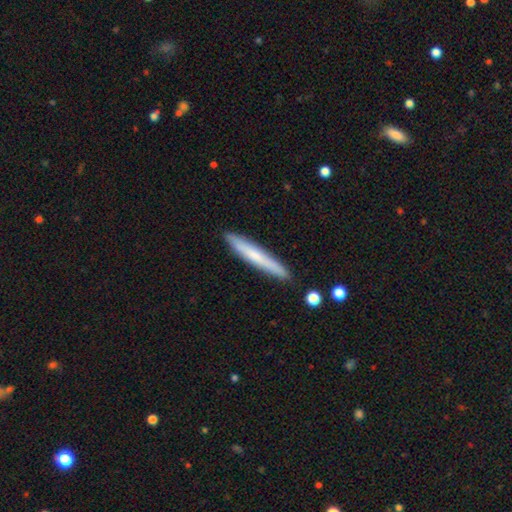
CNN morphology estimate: This is possibly a smooth galaxy (60%). How rounded: clearly cigar-shaped (95%). Merging: clearly none (89%).